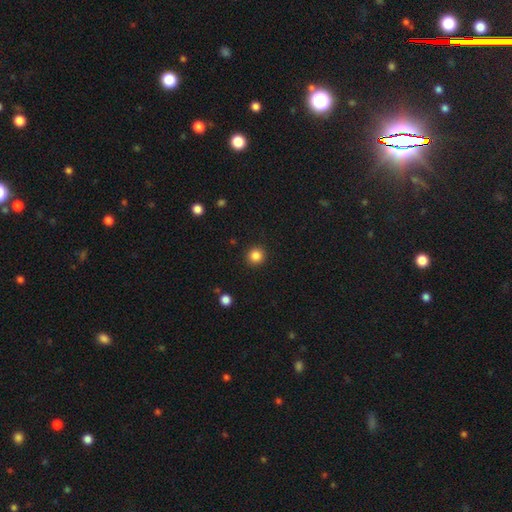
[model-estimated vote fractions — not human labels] Smooth or featured? smooth (85%)
How rounded? round (94%)
Merging? none (92%)